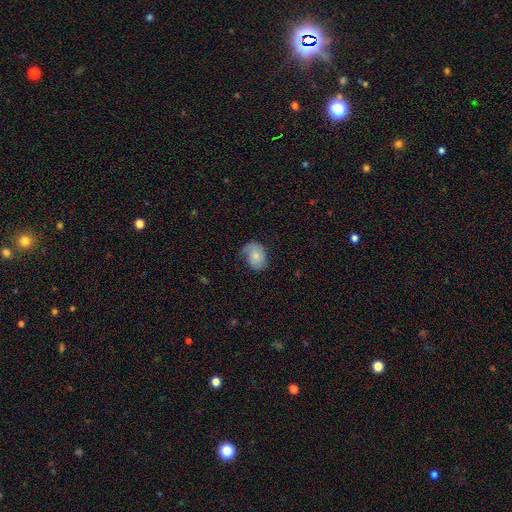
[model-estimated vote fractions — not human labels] smooth 60%, featured or disk 33%, star or artifact 7%. Down the decision tree: how rounded — in between (69%); merging — none (49%).